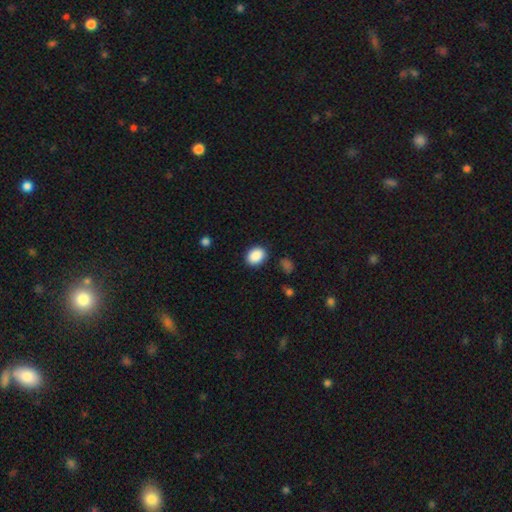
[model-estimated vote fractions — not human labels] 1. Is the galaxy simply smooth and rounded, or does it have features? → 89% smooth, 8% star or artifact, 3% featured or disk.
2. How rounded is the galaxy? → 56% in between, 43% round, 1% cigar-shaped.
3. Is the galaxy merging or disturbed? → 86% none, 10% minor disturbance, 3% major disturbance, 2% merger.